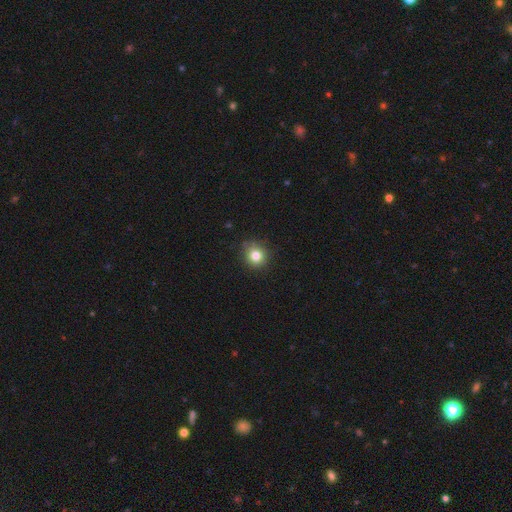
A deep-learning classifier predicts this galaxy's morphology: type=smooth (81%); roundness=round (90%); merging=none (84%).